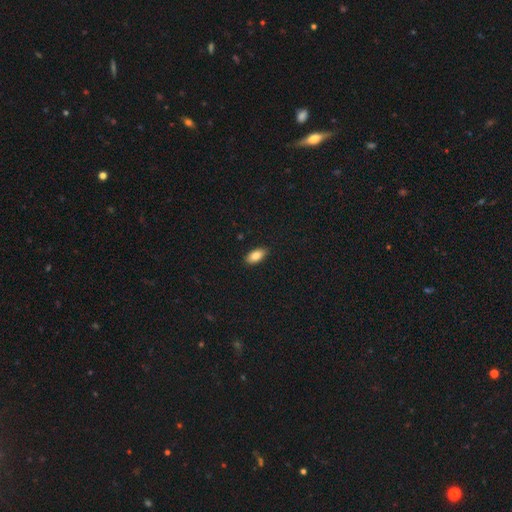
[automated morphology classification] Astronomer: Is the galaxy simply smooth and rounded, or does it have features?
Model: smooth — 84%.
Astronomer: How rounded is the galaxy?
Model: in between — 91%.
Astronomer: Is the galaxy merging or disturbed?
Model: none — 89%.